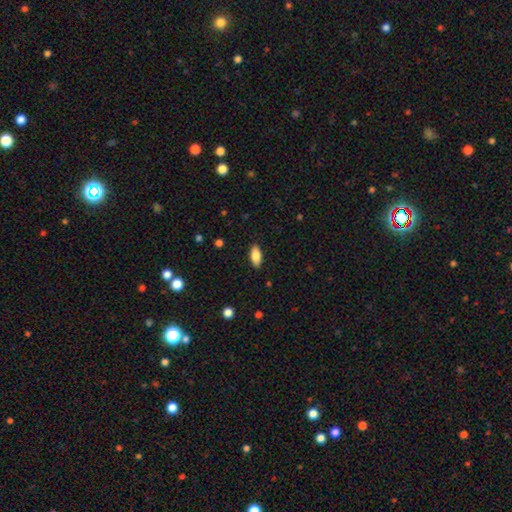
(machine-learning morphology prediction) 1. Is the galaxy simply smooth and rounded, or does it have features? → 80% smooth, 13% featured or disk, 7% star or artifact.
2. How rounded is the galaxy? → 86% in between, 12% cigar-shaped, 2% round.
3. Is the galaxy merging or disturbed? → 88% none, 9% minor disturbance, 2% major disturbance, 1% merger.